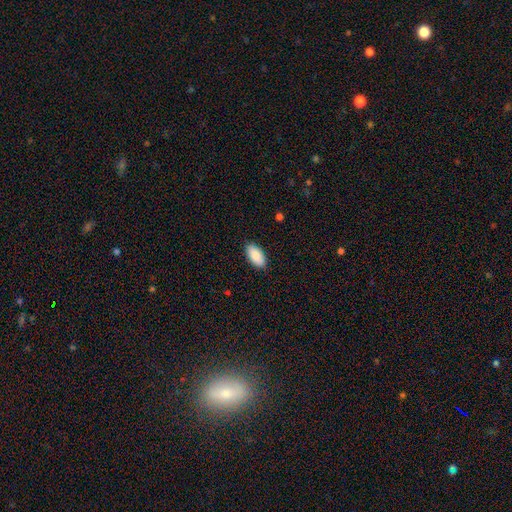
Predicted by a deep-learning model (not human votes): smooth_or_featured: smooth (p=0.87) [alt: featured or disk p=0.07]
how_rounded: in between (p=0.94) [alt: cigar-shaped p=0.04]
merging: none (p=0.88) [alt: minor disturbance p=0.09]